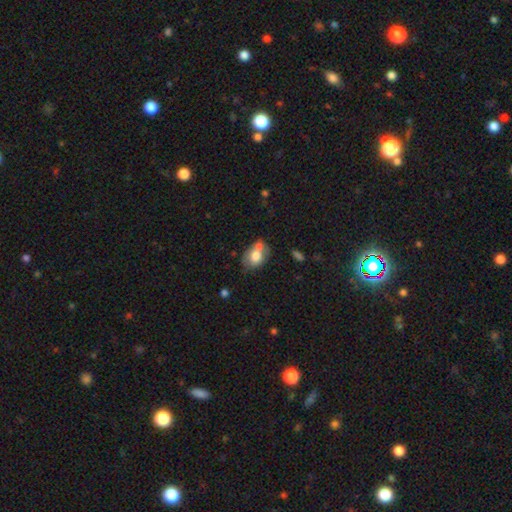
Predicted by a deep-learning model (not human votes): This appears to be a smooth galaxy with no disk features (70%) that is in between round and cigar-shaped (72%). Merging: none (40%).